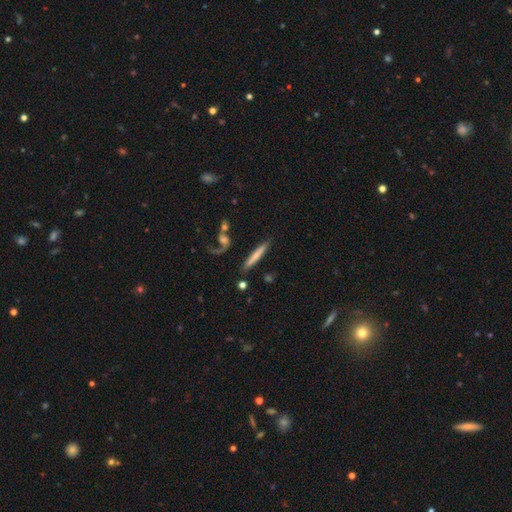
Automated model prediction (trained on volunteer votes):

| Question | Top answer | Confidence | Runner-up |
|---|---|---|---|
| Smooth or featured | smooth | 53% | featured or disk (40%) |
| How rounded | cigar-shaped | 93% | in between (5%) |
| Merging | none | 76% | minor disturbance (11%) |